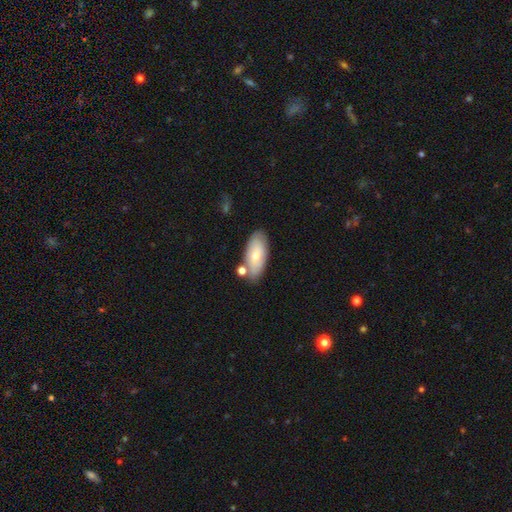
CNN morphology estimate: Smooth or featured: smooth — 64% (featured or disk — 30%)
How rounded: in between — 89% (cigar-shaped — 8%)
Merging: none — 69% (minor disturbance — 16%)